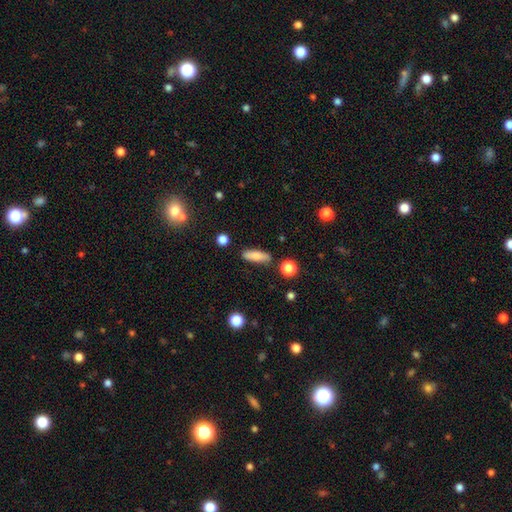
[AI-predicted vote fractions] smooth_or_featured: smooth (p=0.80) [alt: featured or disk p=0.12]
how_rounded: cigar-shaped (p=0.54) [alt: in between p=0.43]
merging: none (p=0.85) [alt: minor disturbance p=0.10]